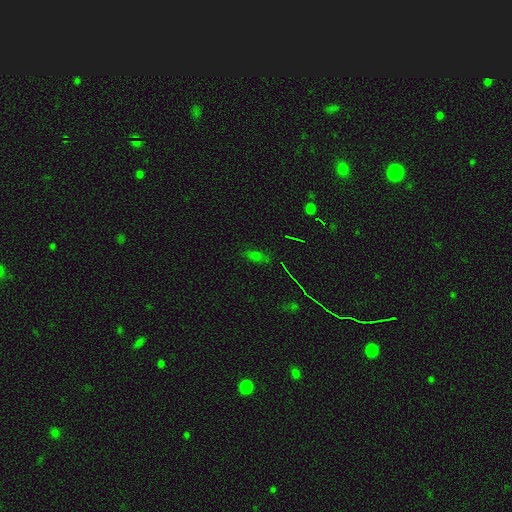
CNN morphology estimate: Smooth or featured?
  - smooth: 50% *
  - star or artifact: 39%
  - featured or disk: 11%
How rounded?
  - in between: 74% *
  - cigar-shaped: 15%
  - round: 11%
Merging?
  - none: 72% *
  - minor disturbance: 18%
  - major disturbance: 7%
  - merger: 3%